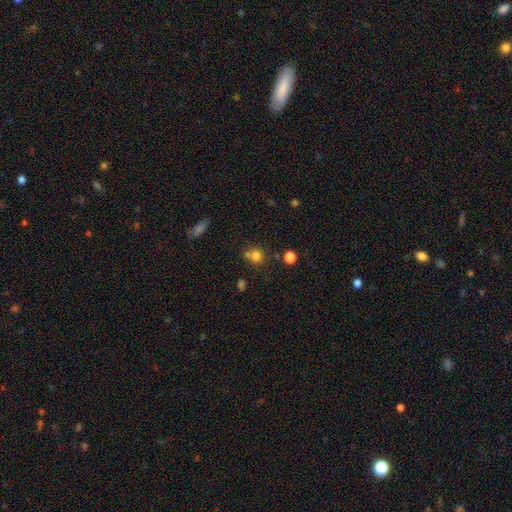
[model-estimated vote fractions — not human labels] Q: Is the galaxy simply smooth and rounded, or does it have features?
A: smooth — 76%.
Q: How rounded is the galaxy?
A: round — 82%.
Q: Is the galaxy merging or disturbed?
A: none — 56%.